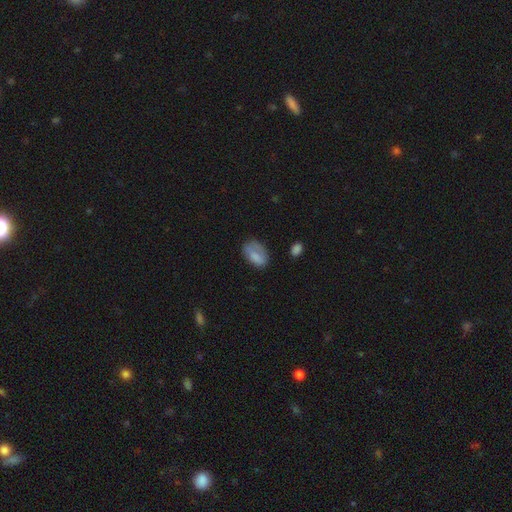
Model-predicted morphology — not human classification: Q: Smooth or featured?
A: smooth (76%); runner-up: featured or disk (15%)
Q: How rounded?
A: in between (89%); runner-up: round (10%)
Q: Merging?
A: none (54%); runner-up: minor disturbance (30%)